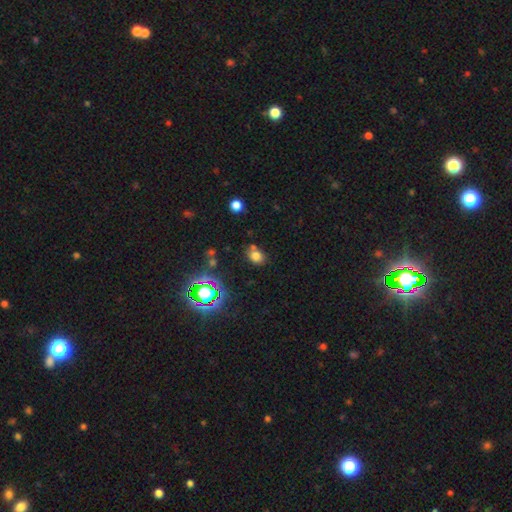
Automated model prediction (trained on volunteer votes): smooth-or-featured: smooth: 71% | star or artifact: 21% | featured or disk: 8%
  how-rounded: in between: 53% | round: 45% | cigar-shaped: 1%
  merging: none: 66% | minor disturbance: 15% | merger: 14% | major disturbance: 4%